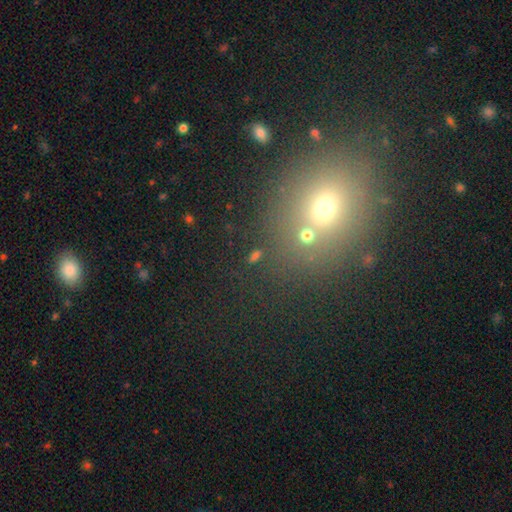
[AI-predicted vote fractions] Overall: smooth (50%; star or artifact 37%). How rounded: round (56%; in between 41%). Merging: none (71%).